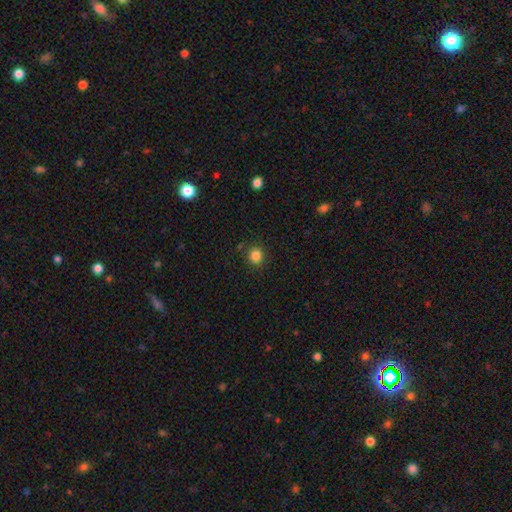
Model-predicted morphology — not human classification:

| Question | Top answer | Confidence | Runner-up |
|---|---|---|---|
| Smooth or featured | smooth | 85% | star or artifact (11%) |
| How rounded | round | 88% | in between (11%) |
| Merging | none | 88% | minor disturbance (8%) |